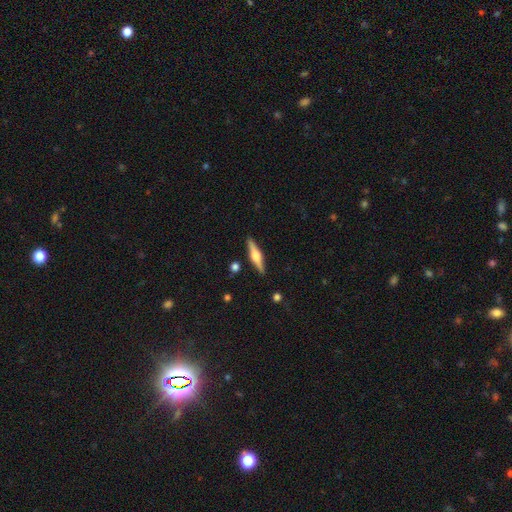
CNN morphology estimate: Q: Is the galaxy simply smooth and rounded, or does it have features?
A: featured or disk — 71%.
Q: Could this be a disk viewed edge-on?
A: yes — 98%.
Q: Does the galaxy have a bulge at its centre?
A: rounded — 91%.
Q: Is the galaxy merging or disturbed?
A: none — 90%.